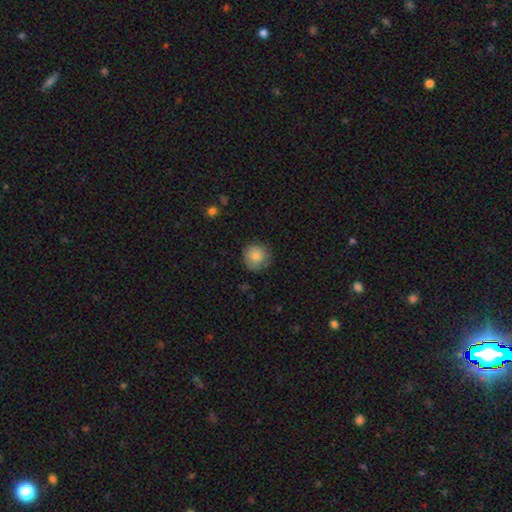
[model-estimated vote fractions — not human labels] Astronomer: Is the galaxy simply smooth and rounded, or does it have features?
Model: smooth — 85%.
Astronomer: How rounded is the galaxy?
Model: round — 93%.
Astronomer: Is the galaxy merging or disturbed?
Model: none — 82%.